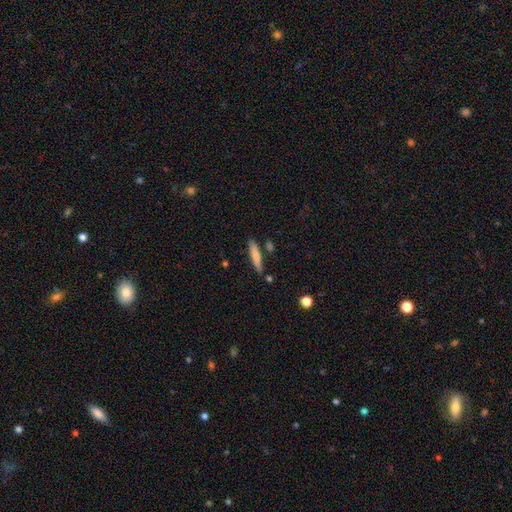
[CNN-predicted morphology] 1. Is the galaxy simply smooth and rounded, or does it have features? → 77% smooth, 17% featured or disk, 6% star or artifact.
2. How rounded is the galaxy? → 88% cigar-shaped, 10% in between, 1% round.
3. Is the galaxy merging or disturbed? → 82% none, 11% minor disturbance, 5% merger, 2% major disturbance.